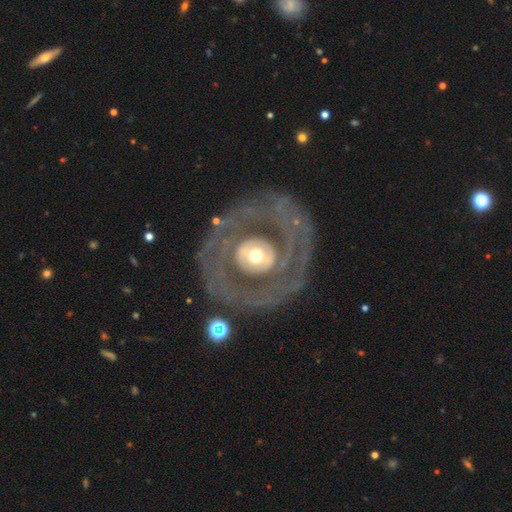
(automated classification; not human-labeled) The model was most divided on "spiral arms": yes: 64%, no: 36%. More confident: edge-on disk — no (95%); smooth or featured — featured or disk (78%); merging — none (75%); bar — no (66%); bulge size — moderate (57%).